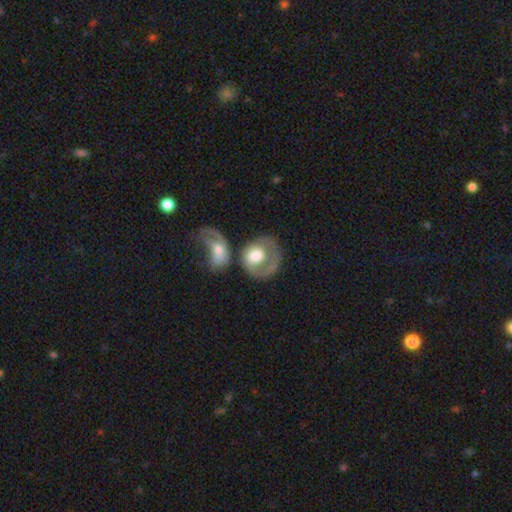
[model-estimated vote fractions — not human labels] smooth-or-featured: smooth: 53% | featured or disk: 41% | star or artifact: 6%
  how-rounded: round: 60% | in between: 39% | cigar-shaped: 1%
  merging: merger: 33% | none: 28% | major disturbance: 23% | minor disturbance: 16%